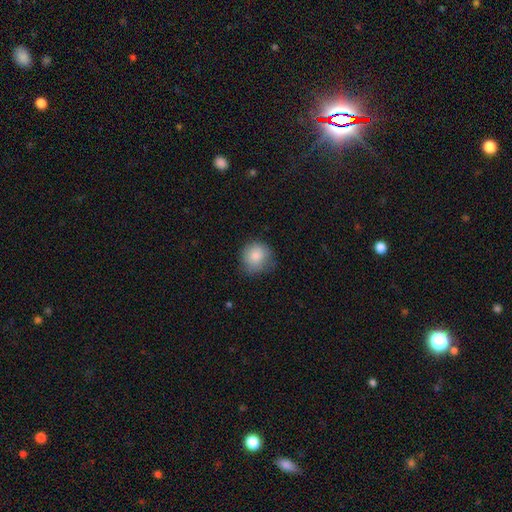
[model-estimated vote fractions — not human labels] smooth-or-featured: smooth: 83% | featured or disk: 9% | star or artifact: 9%
  how-rounded: round: 88% | in between: 11% | cigar-shaped: 1%
  merging: none: 67% | minor disturbance: 25% | major disturbance: 6% | merger: 1%